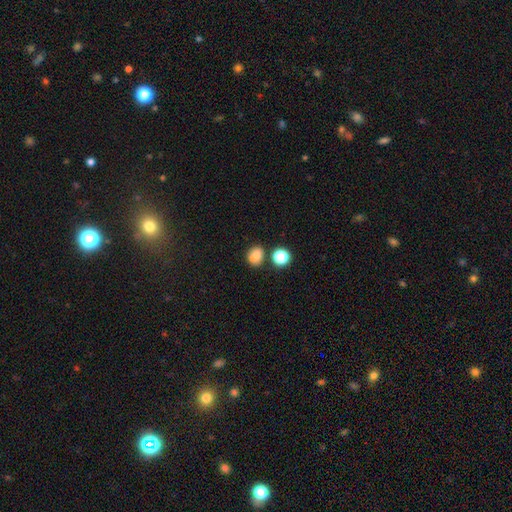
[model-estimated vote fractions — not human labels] smooth-or-featured: smooth: 79% | star or artifact: 14% | featured or disk: 8%
  how-rounded: round: 58% | in between: 41% | cigar-shaped: 1%
  merging: none: 61% | merger: 20% | minor disturbance: 14% | major disturbance: 5%